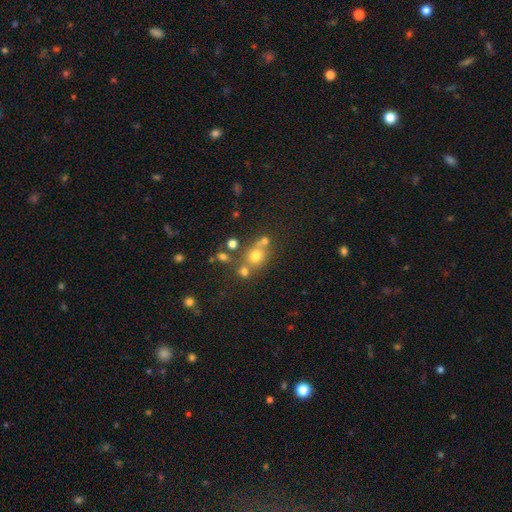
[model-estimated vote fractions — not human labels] smooth_or_featured: smooth (p=0.66) [alt: star or artifact p=0.19]
how_rounded: round (p=0.76) [alt: in between p=0.23]
merging: none (p=0.55) [alt: merger p=0.28]